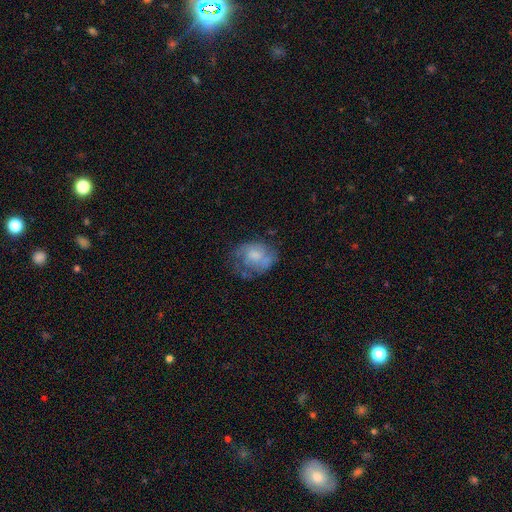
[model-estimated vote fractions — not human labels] Smooth or featured?
  - featured or disk: 47% *
  - smooth: 45%
  - star or artifact: 8%
Merging?
  - none: 48% *
  - minor disturbance: 28%
  - major disturbance: 21%
  - merger: 3%